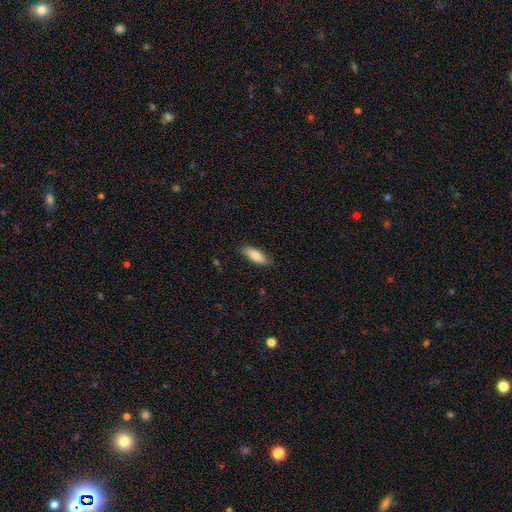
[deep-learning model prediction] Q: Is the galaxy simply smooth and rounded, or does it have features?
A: smooth — 79%.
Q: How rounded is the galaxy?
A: in between — 64%.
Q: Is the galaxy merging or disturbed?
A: none — 86%.